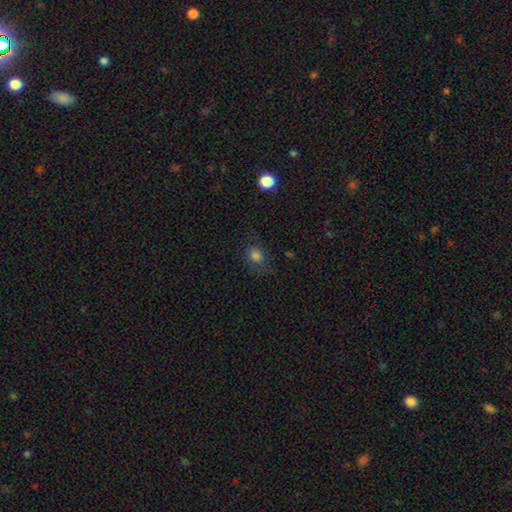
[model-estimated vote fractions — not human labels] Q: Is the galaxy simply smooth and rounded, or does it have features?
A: smooth — 77%.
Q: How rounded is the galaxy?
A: in between — 52%.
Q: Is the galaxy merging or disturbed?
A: none — 69%.